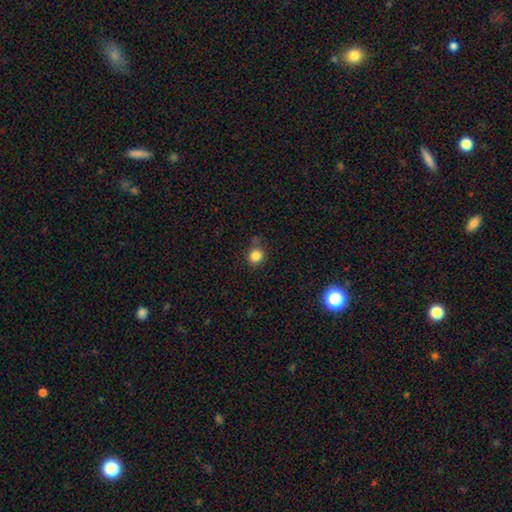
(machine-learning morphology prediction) The model was most divided on "merging": none: 74%, minor disturbance: 16%, merger: 5%, major disturbance: 5%. More confident: how rounded — round (87%); smooth or featured — smooth (84%).